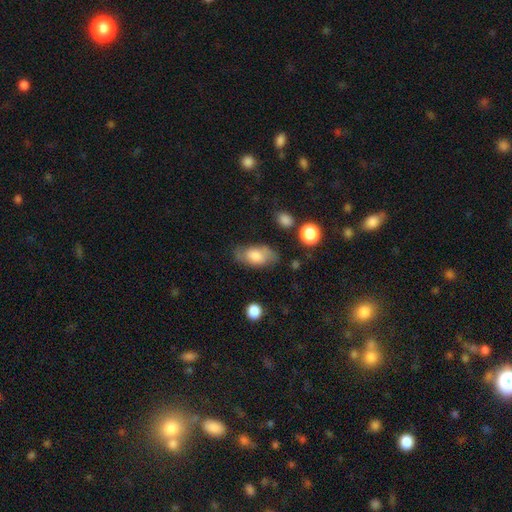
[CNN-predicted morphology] type=smooth (62%); roundness=in between (90%); merging=none (67%).